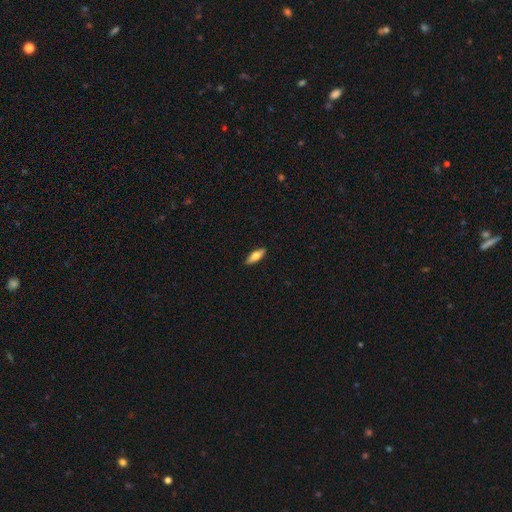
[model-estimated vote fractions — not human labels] The model was most divided on "how rounded": in between: 60%, cigar-shaped: 37%, round: 2%. More confident: merging — none (90%); smooth or featured — smooth (68%).